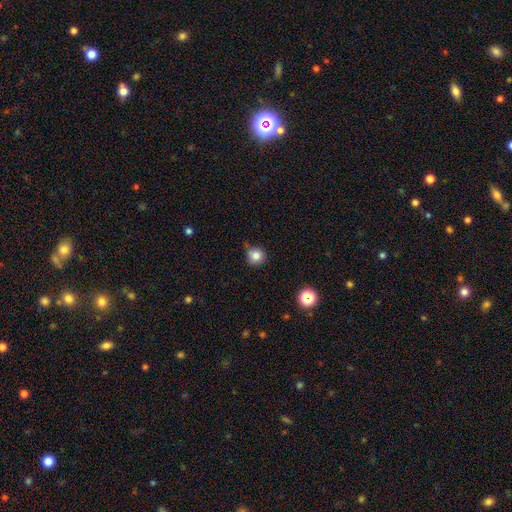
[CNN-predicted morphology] Smooth or featured?
  - smooth: 82% *
  - star or artifact: 12%
  - featured or disk: 6%
How rounded?
  - round: 91% *
  - in between: 8%
  - cigar-shaped: 1%
Merging?
  - none: 69% *
  - minor disturbance: 22%
  - merger: 5%
  - major disturbance: 4%